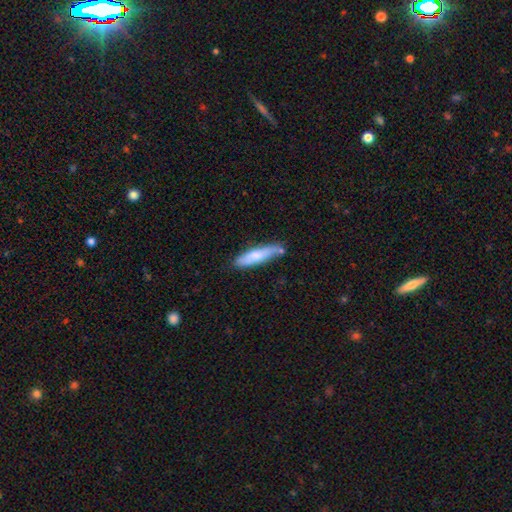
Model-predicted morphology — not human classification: Smooth or featured? smooth (72%)
How rounded? cigar-shaped (78%)
Merging? none (65%)